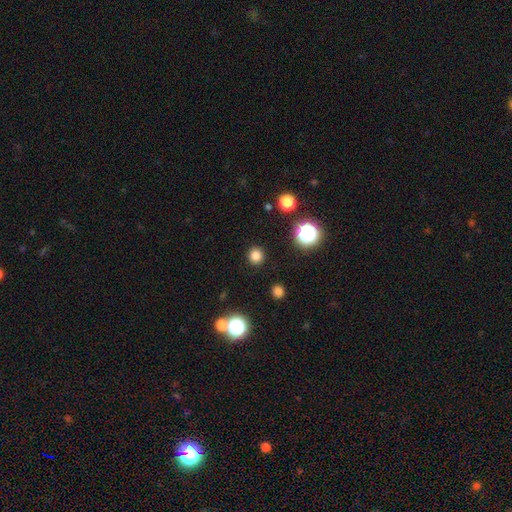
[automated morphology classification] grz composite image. It shows a smooth galaxy with no disk features (80%) that is round (93%). Merging: none (91%).